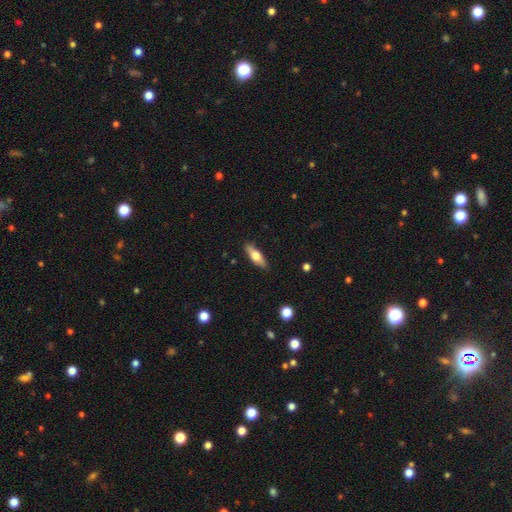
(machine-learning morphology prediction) Q: Smooth or featured?
A: smooth (60%); runner-up: featured or disk (34%)
Q: How rounded?
A: in between (55%); runner-up: cigar-shaped (43%)
Q: Merging?
A: none (85%); runner-up: minor disturbance (11%)